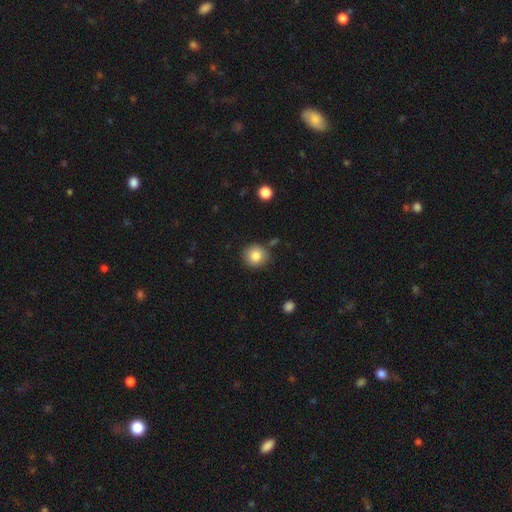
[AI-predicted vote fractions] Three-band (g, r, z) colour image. It shows a smooth galaxy with no disk features (84%) that is round (91%). Merging: none (84%).